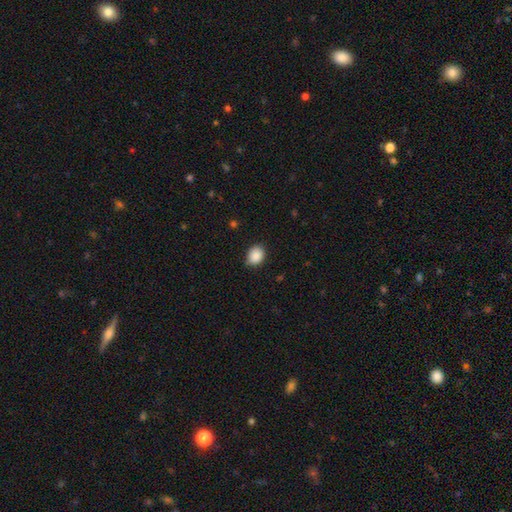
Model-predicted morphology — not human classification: A smooth galaxy with no disk features (89%) that is in between round and cigar-shaped (57%). Merging: none (80%).